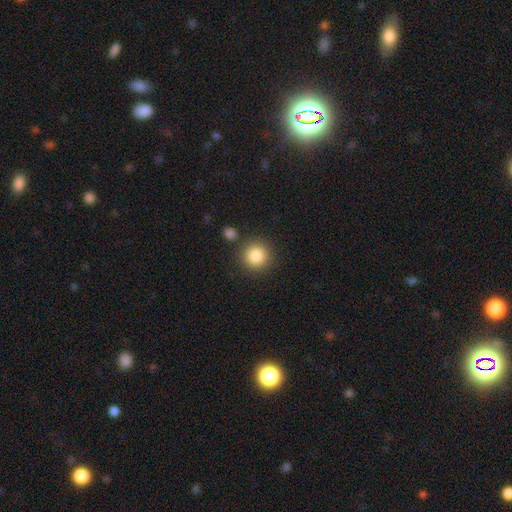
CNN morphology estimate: Smooth or featured: smooth — 85% (star or artifact — 10%)
How rounded: round — 94% (in between — 6%)
Merging: none — 84% (minor disturbance — 7%)